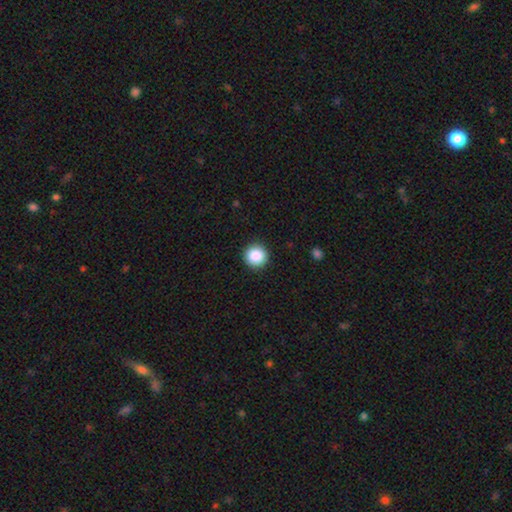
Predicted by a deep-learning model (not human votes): This appears to be a smooth galaxy with no disk features (88%) that is round (96%). Merging: none (92%).